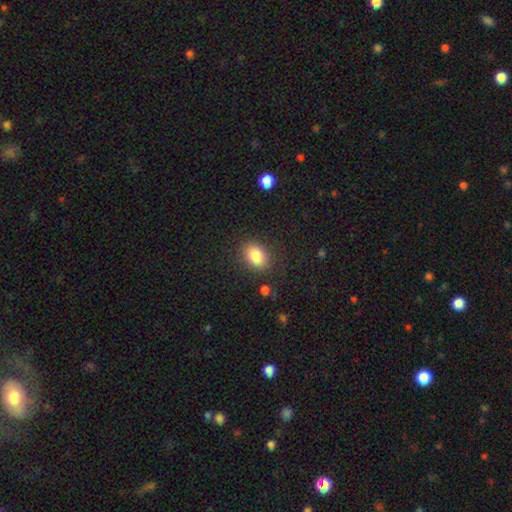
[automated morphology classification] A smooth galaxy with no disk features (85%) that is in between round and cigar-shaped (81%).

Vote fractions:
- Smooth or featured? smooth: 85% / star or artifact: 8% / featured or disk: 7%
- How rounded? in between: 81% / round: 18% / cigar-shaped: 1%
- Merging? none: 82% / minor disturbance: 11% / major disturbance: 4% / merger: 2%